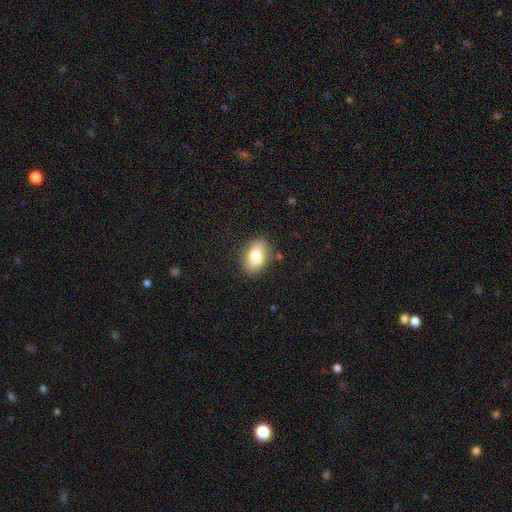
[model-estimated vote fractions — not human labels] Morphology: type=smooth (77%); roundness=in between (82%); merging=none (83%).